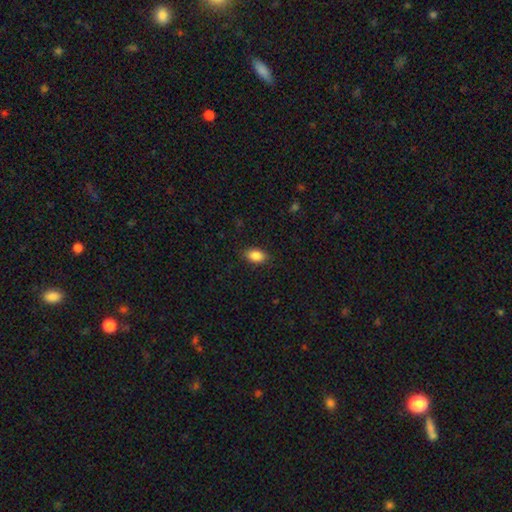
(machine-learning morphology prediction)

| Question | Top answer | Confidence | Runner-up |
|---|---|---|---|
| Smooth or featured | smooth | 87% | star or artifact (8%) |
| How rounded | in between | 88% | round (10%) |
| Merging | none | 84% | minor disturbance (12%) |